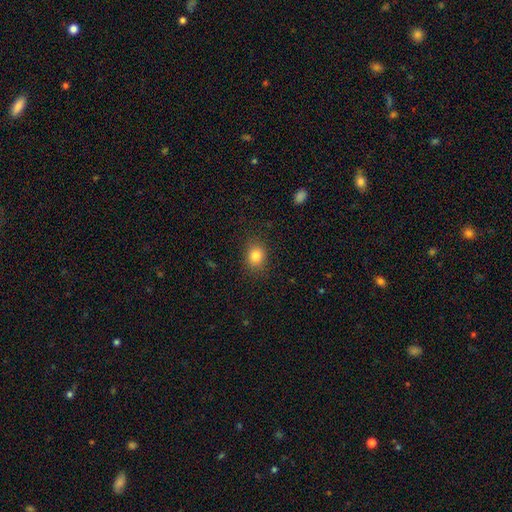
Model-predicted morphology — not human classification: smooth_or_featured: smooth (p=0.83) [alt: star or artifact p=0.11]
how_rounded: round (p=0.61) [alt: in between p=0.38]
merging: none (p=0.85) [alt: minor disturbance p=0.10]